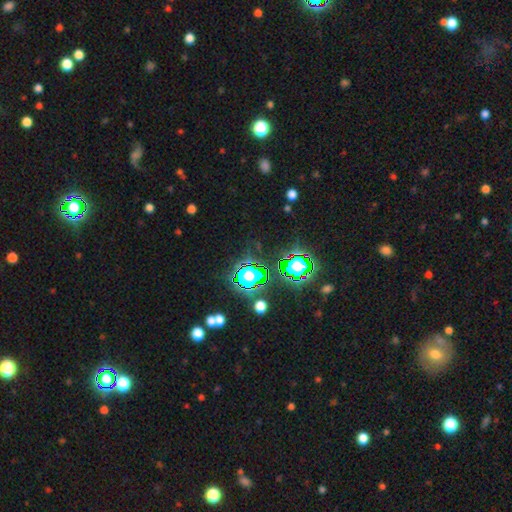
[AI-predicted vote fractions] This is clearly a star or artifact rather than a galaxy (81%).